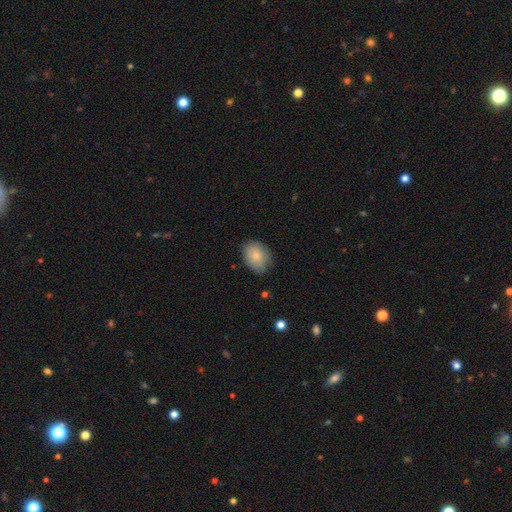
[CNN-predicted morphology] Q: Smooth or featured?
A: smooth (82%); runner-up: featured or disk (12%)
Q: How rounded?
A: in between (70%); runner-up: round (29%)
Q: Merging?
A: none (73%); runner-up: minor disturbance (22%)